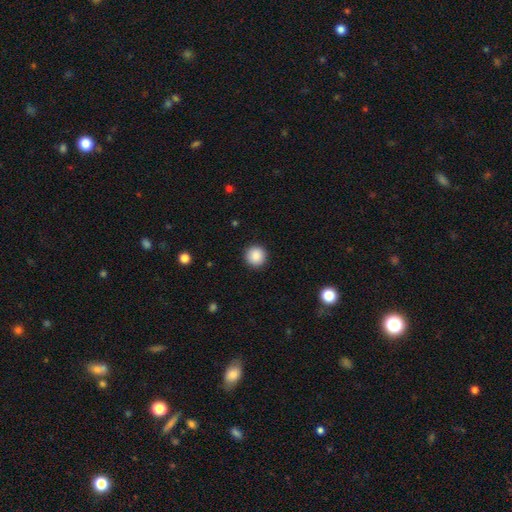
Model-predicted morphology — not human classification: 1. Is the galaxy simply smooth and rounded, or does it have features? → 88% smooth, 9% star or artifact, 3% featured or disk.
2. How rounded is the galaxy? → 96% round, 3% in between, 1% cigar-shaped.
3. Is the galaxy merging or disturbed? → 93% none, 5% minor disturbance, 2% major disturbance, 1% merger.